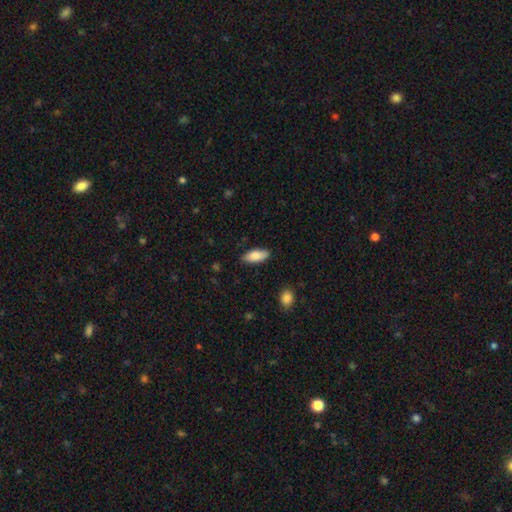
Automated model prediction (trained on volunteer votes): smooth 84%, featured or disk 10%, star or artifact 6%. Down the decision tree: how rounded — in between (83%); merging — none (86%).